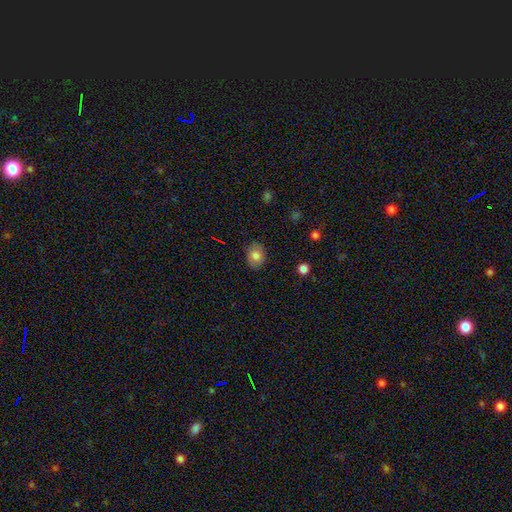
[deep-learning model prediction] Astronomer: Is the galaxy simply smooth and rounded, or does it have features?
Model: smooth — 79%.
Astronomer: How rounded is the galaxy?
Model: in between — 60% (runner-up: round, 39%).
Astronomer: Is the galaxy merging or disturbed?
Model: none — 85%.